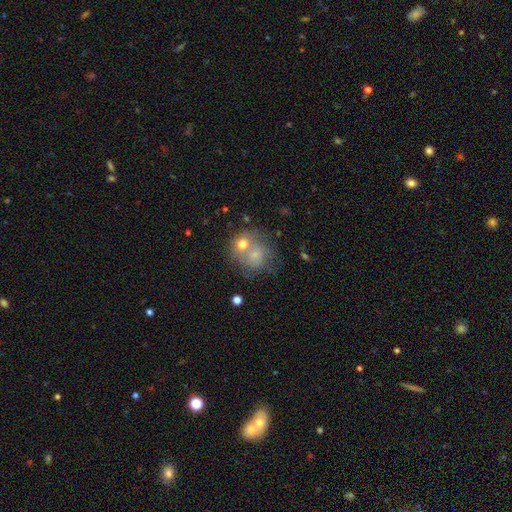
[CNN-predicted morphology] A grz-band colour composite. It shows a smooth galaxy with no disk features (56%) that is round (73%). Merging: merger (51%).